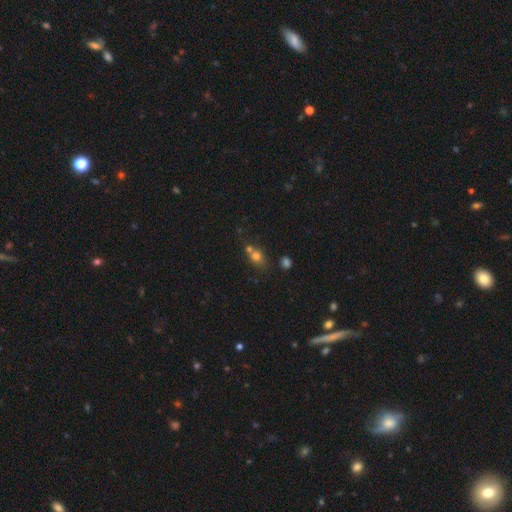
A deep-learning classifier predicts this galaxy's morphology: A smooth galaxy with no disk features (70%) that is round (60%).

Vote fractions:
- Smooth or featured? smooth: 70% / star or artifact: 17% / featured or disk: 13%
- How rounded? round: 60% / in between: 38% / cigar-shaped: 3%
- Merging? none: 43% / merger: 40% / minor disturbance: 11% / major disturbance: 5%